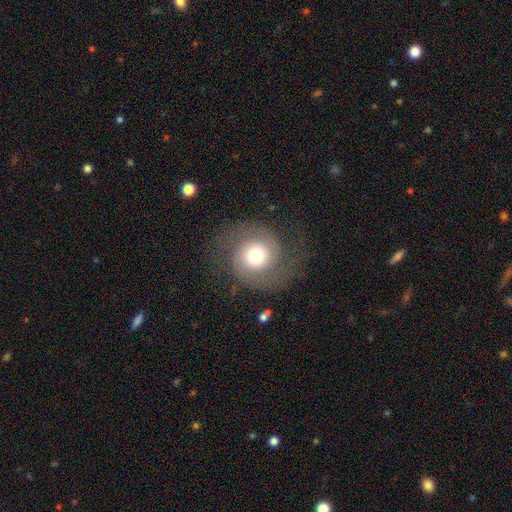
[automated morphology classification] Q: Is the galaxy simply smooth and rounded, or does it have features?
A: featured or disk — 70%.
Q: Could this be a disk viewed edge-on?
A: no — 98%.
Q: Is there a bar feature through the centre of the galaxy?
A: no — 76%.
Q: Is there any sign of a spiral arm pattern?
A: yes — 92%.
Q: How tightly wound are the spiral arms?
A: medium — 46%.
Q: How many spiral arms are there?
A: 2 — 90%.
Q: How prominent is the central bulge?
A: moderate — 63%.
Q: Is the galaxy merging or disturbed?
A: none — 73%.